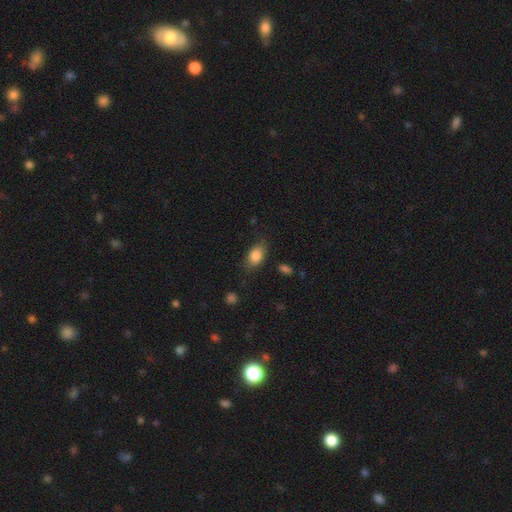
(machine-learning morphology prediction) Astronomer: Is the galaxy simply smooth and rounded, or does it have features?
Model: smooth — 84%.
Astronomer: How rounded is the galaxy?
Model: in between — 86%.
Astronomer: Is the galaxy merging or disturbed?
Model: none — 75%.